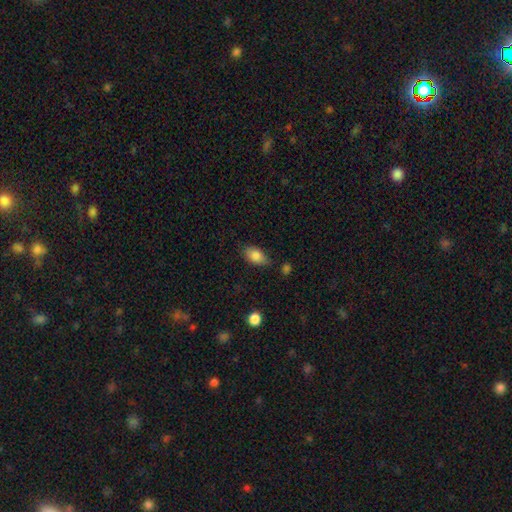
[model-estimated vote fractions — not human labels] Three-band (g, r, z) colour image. It shows a smooth galaxy with no disk features (83%) that is in between round and cigar-shaped (90%). Merging: none (73%).